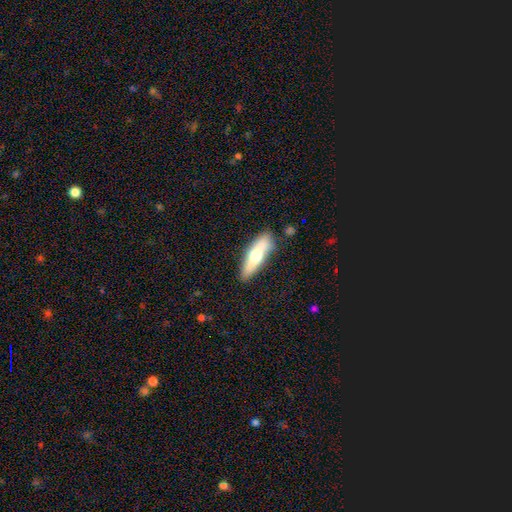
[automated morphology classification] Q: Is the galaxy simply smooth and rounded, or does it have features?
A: smooth — 56%.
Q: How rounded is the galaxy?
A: cigar-shaped — 59%.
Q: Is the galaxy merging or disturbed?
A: none — 79%.